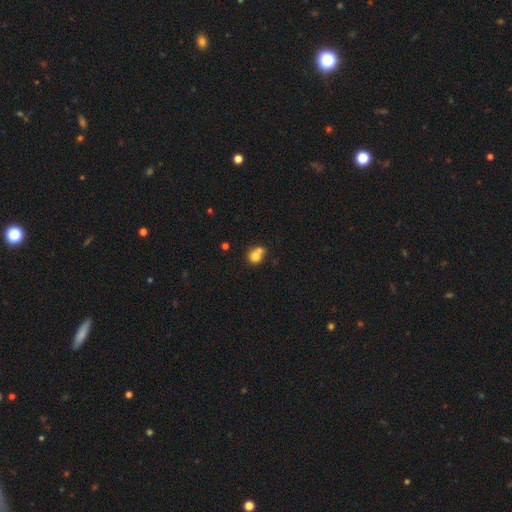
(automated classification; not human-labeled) This is likely a smooth galaxy (77%). How rounded: clearly round (80%). Merging: possibly merger (46%).